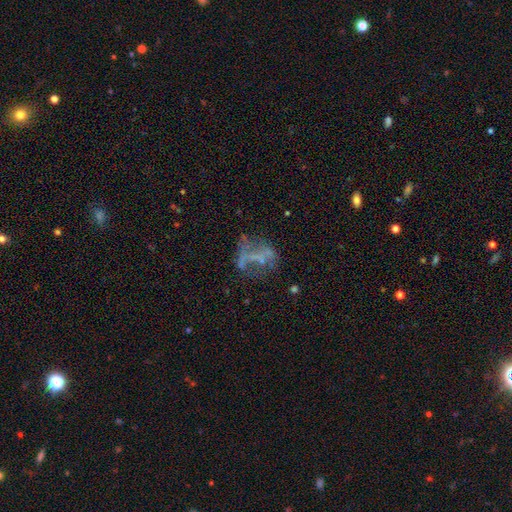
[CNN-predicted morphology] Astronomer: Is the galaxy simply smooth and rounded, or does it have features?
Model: featured or disk — 55%.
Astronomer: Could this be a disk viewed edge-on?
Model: no — 96%.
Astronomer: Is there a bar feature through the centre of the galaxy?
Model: no — 74%.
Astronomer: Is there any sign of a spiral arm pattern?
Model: no — 85%.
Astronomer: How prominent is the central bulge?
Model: none — 77%.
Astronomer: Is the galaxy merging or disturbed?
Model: none — 44% (runner-up: major disturbance, 30%).